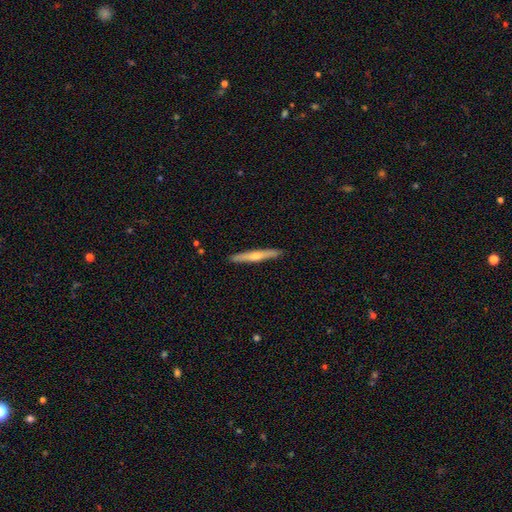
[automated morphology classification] Q: Smooth or featured?
A: featured or disk (62%); runner-up: smooth (32%)
Q: Edge-on disk?
A: yes (96%); runner-up: no (4%)
Q: Edge-on bulge?
A: rounded (86%); runner-up: none (12%)
Q: Merging?
A: none (92%); runner-up: minor disturbance (6%)